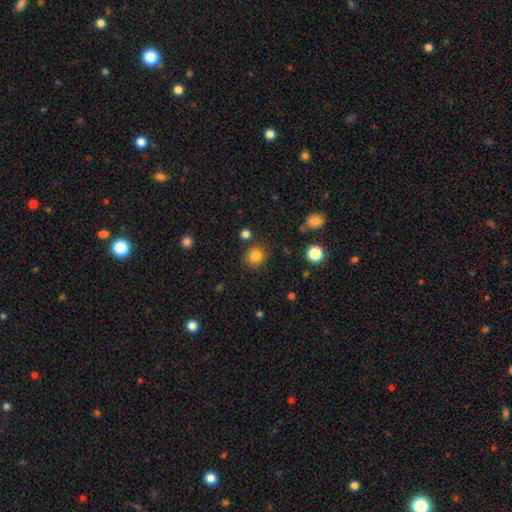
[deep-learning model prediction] smooth_or_featured: smooth (p=0.83) [alt: star or artifact p=0.12]
how_rounded: round (p=0.88) [alt: in between p=0.11]
merging: none (p=0.84) [alt: minor disturbance p=0.09]